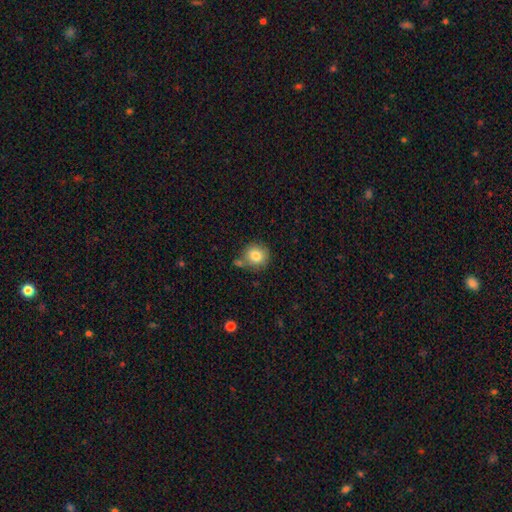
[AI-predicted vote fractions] Overall: smooth (82%). How rounded: round (89%). Merging: none (68%).